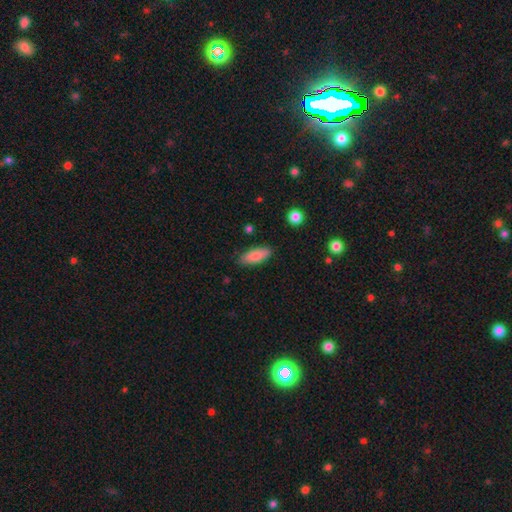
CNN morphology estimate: This is clearly a smooth galaxy (84%). How rounded: likely in between (77%). Merging: clearly none (83%).